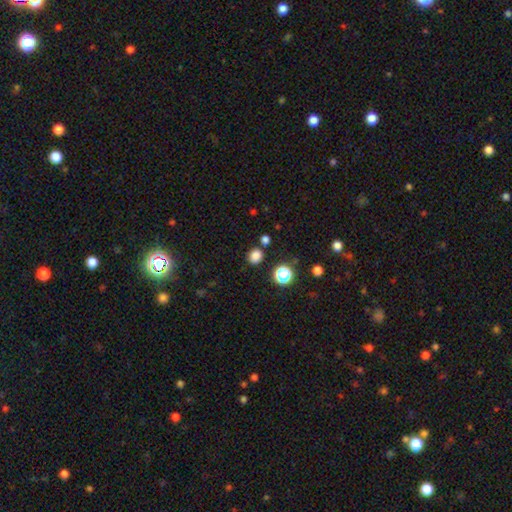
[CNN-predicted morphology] The model was most divided on "how rounded": round: 73%, in between: 27%, cigar-shaped: 1%. More confident: merging — none (82%); smooth or featured — smooth (80%).